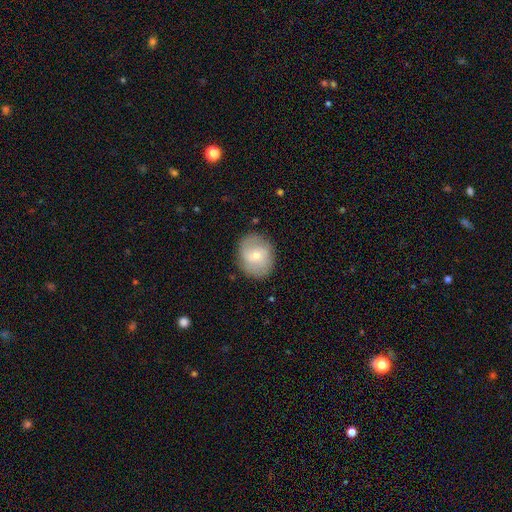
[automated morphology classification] type=smooth (50%); roundness=round (68%); merging=none (82%).